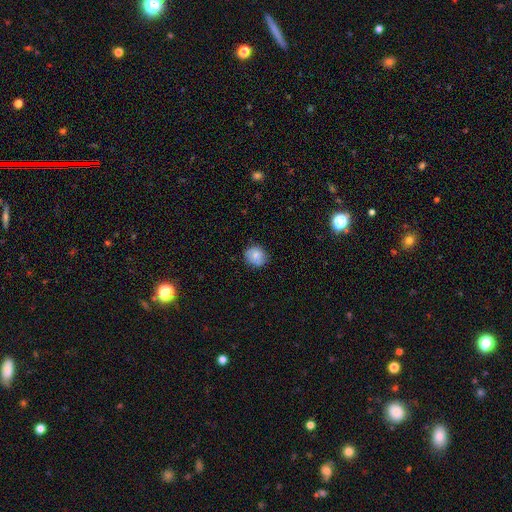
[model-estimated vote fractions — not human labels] This is likely a smooth galaxy (74%). How rounded: likely round (76%). Merging: likely none (80%).